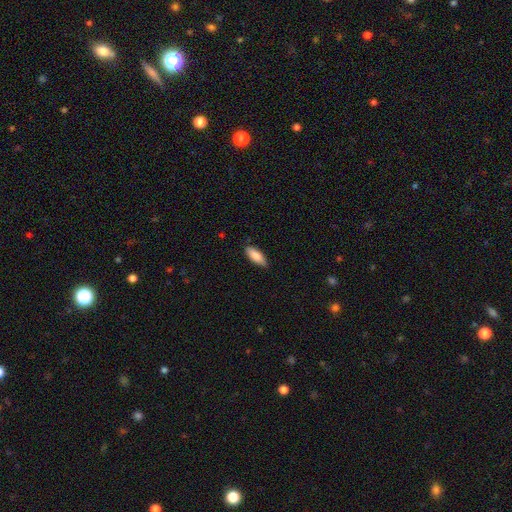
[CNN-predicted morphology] type=smooth (85%); roundness=in between (72%); merging=none (83%).